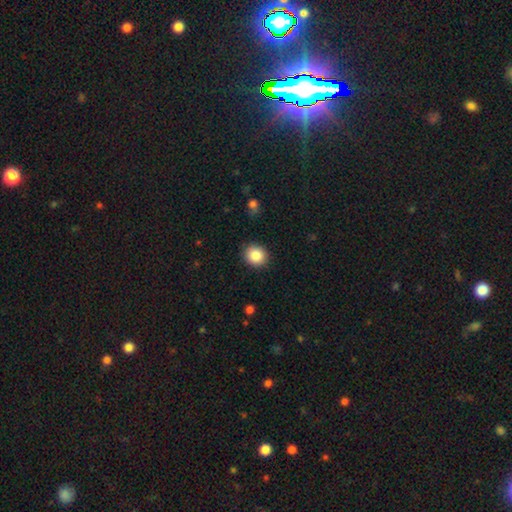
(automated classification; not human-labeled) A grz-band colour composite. It shows a smooth galaxy with no disk features (86%) that is round (81%). Merging: none (89%).